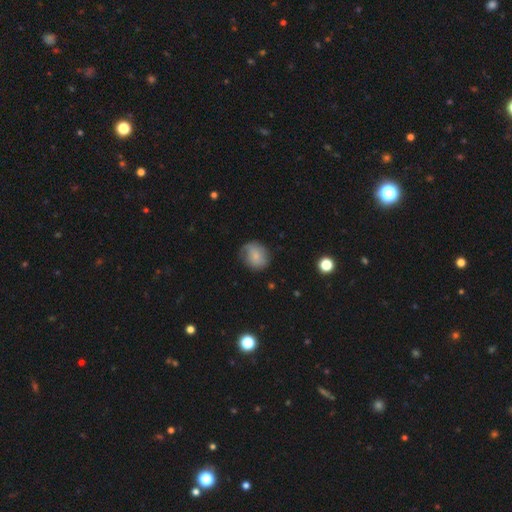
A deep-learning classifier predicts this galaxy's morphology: smooth 68%, featured or disk 23%, star or artifact 9%. Down the decision tree: how rounded — round (67%); merging — none (58%).